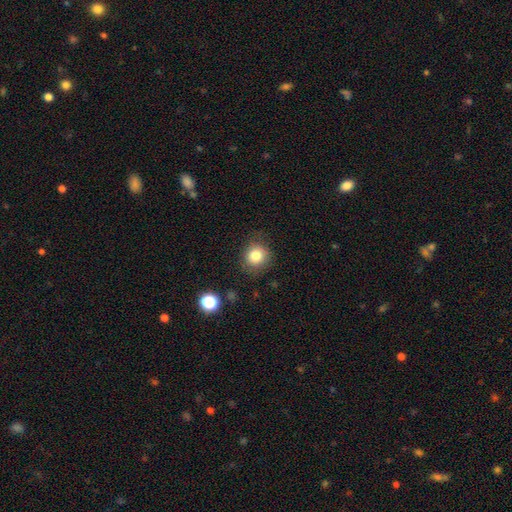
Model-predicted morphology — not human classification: This is clearly a smooth galaxy (82%). How rounded: clearly round (85%). Merging: clearly none (81%).